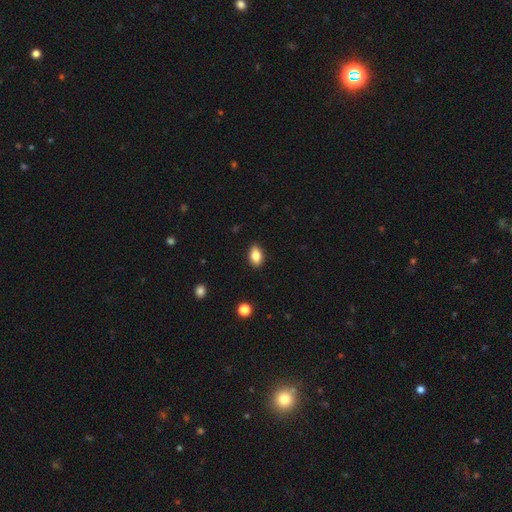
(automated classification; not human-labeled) This appears to be a smooth galaxy with no disk features (83%) that is in between round and cigar-shaped (88%). Merging: none (88%).